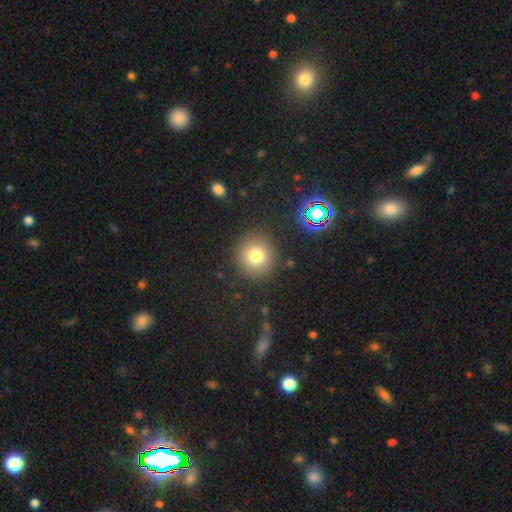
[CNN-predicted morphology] Smooth or featured: smooth — 78% (star or artifact — 14%)
How rounded: round — 93% (in between — 6%)
Merging: none — 89% (minor disturbance — 6%)